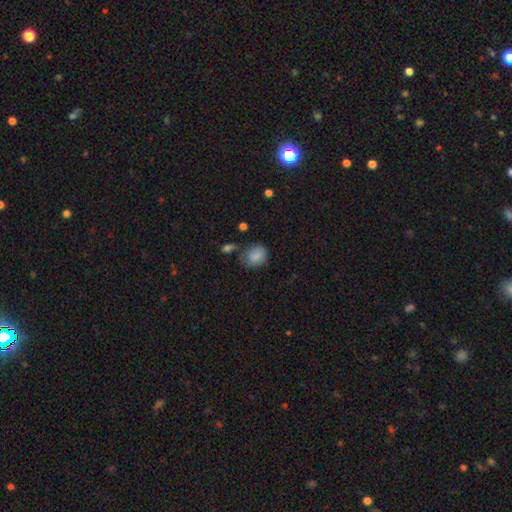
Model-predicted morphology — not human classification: Smooth or featured? Predicted: smooth (p=0.84). How rounded? Predicted: round (p=0.50). Merging? Predicted: none (p=0.59).